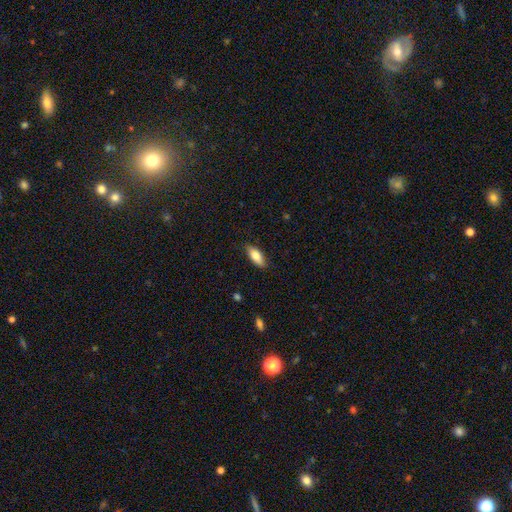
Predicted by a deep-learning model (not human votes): Smooth or featured?
  - smooth: 81% *
  - featured or disk: 13%
  - star or artifact: 6%
How rounded?
  - in between: 80% *
  - cigar-shaped: 18%
  - round: 2%
Merging?
  - none: 85% *
  - minor disturbance: 12%
  - major disturbance: 2%
  - merger: 1%